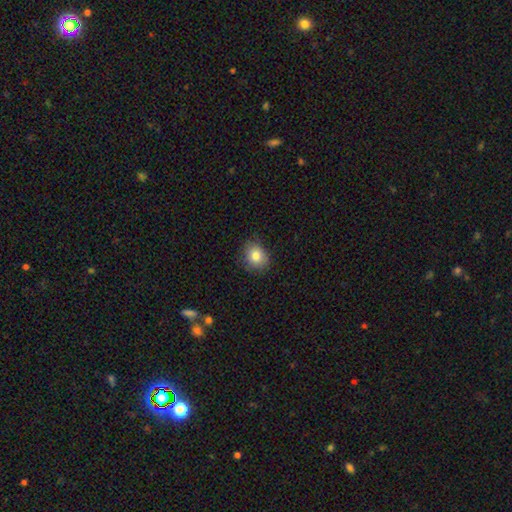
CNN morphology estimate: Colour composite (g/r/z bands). It shows a smooth galaxy with no disk features (82%) that is round (64%). Merging: none (82%).